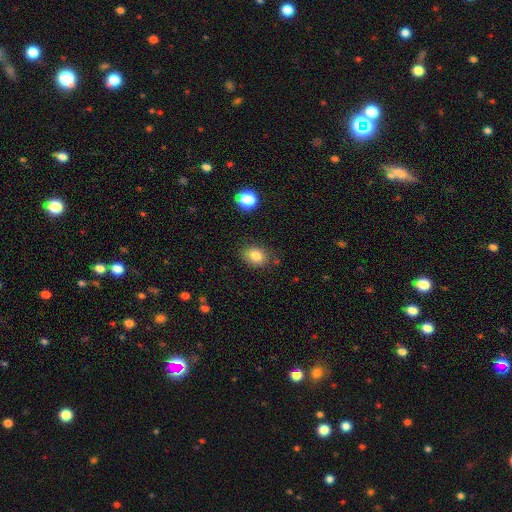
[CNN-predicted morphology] smooth 83%, star or artifact 10%, featured or disk 7%. Down the decision tree: how rounded — in between (64%); merging — none (80%).